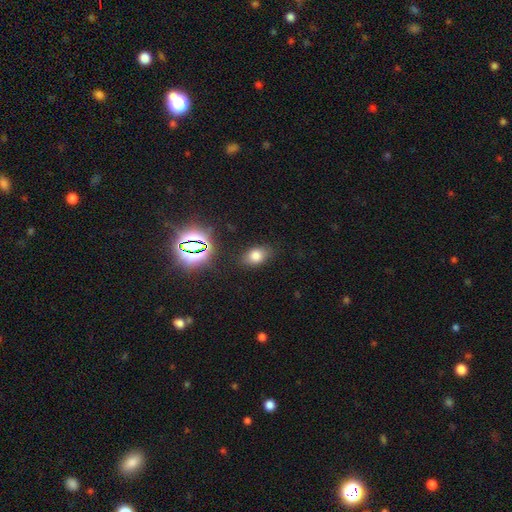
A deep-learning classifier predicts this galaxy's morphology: This appears to be a smooth galaxy with no disk features (73%) that is in between round and cigar-shaped (77%). Merging: none (80%).